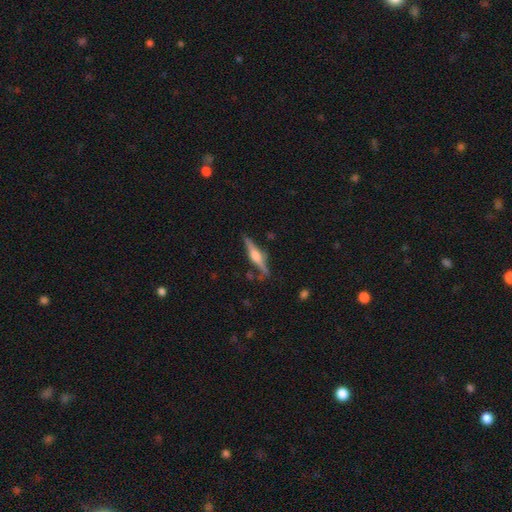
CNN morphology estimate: This is likely a featured or disk galaxy (70%). It is clearly viewed edge-on (97%). Edge-on bulge: clearly rounded (84%). Merging: likely none (80%).